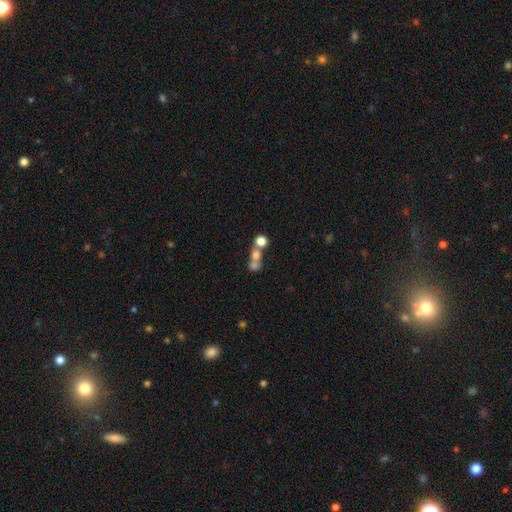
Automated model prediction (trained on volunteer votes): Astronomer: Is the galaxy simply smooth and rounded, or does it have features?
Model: smooth — 63%.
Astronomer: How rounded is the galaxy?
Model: round — 74%.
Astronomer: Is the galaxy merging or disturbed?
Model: merger — 56% (runner-up: none, 32%).